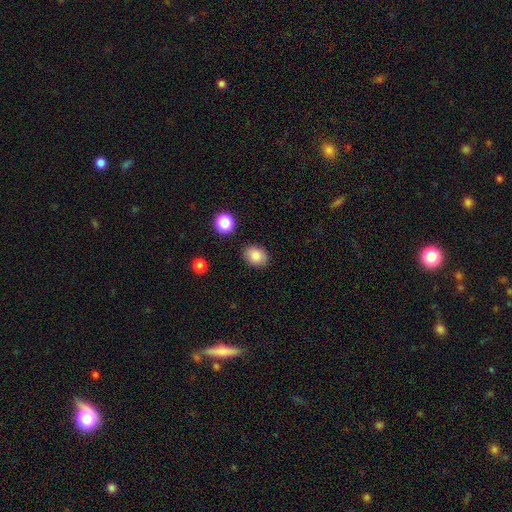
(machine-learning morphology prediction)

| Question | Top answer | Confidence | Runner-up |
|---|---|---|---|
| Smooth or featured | smooth | 85% | star or artifact (9%) |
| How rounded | in between | 60% | round (39%) |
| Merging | none | 86% | minor disturbance (10%) |